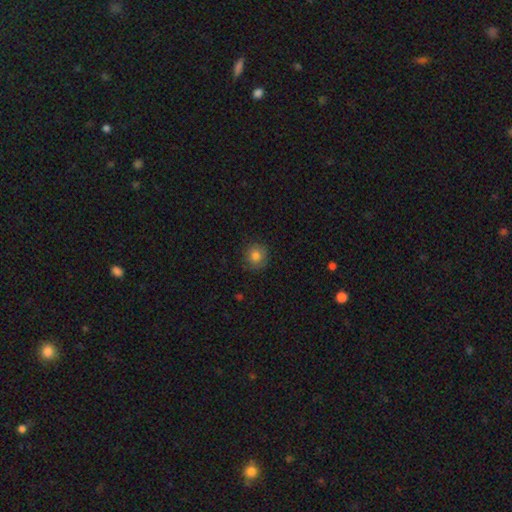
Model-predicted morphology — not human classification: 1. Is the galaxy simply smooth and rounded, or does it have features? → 81% smooth, 10% star or artifact, 9% featured or disk.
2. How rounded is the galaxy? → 92% round, 7% in between, 1% cigar-shaped.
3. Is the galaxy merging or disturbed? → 85% none, 11% minor disturbance, 3% major disturbance, 1% merger.